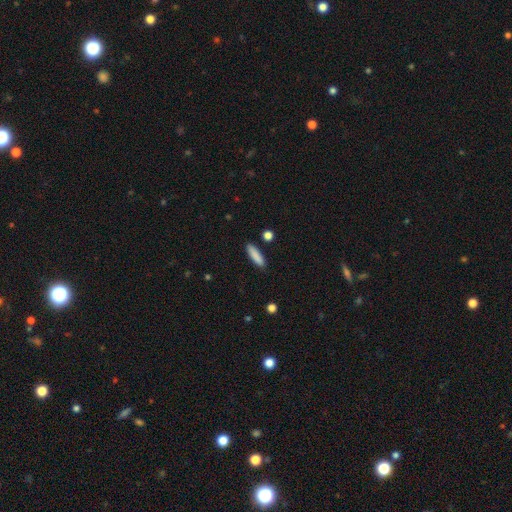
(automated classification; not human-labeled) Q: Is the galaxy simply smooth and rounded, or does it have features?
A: smooth — 87%.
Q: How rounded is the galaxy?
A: cigar-shaped — 67%.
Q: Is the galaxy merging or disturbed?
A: none — 88%.